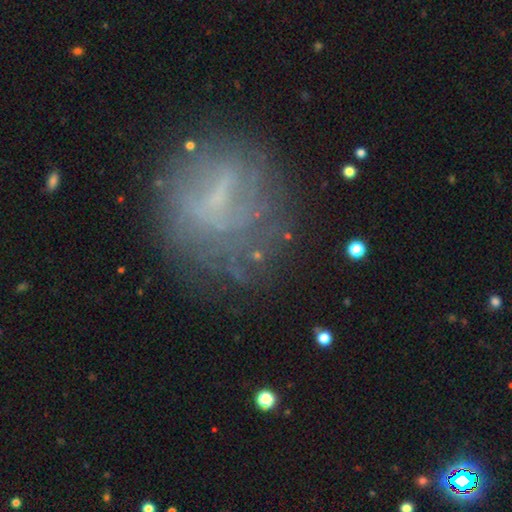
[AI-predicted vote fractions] Smooth or featured: featured or disk — 52% (smooth — 32%)
Edge-on disk: no — 94% (yes — 6%)
Merging: none — 60% (minor disturbance — 19%)